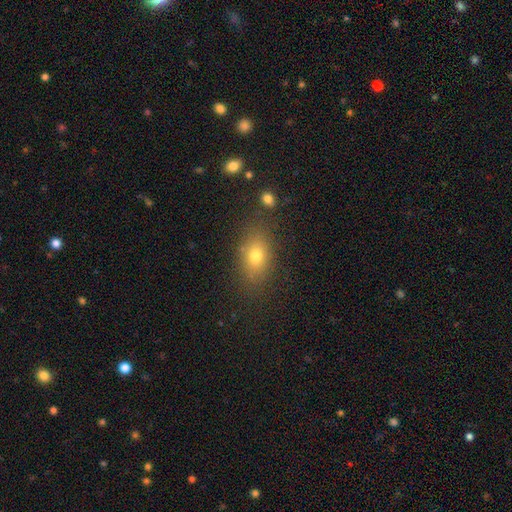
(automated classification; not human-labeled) smooth 74%, featured or disk 14%, star or artifact 12%. Down the decision tree: how rounded — in between (80%); merging — none (80%).